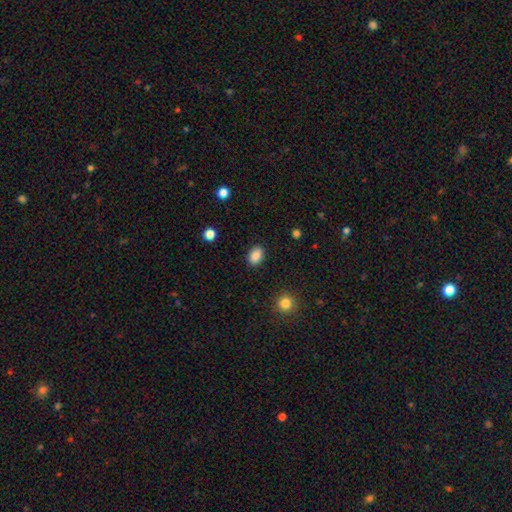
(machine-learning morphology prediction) This is clearly a smooth galaxy (88%). How rounded: clearly in between (81%). Merging: clearly none (88%).